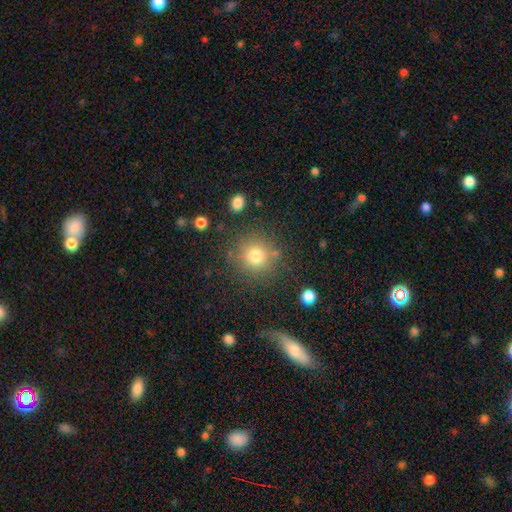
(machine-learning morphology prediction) Smooth or featured?
  - smooth: 78% *
  - star or artifact: 13%
  - featured or disk: 9%
How rounded?
  - round: 92% *
  - in between: 8%
  - cigar-shaped: 1%
Merging?
  - none: 81% *
  - minor disturbance: 10%
  - merger: 5%
  - major disturbance: 4%